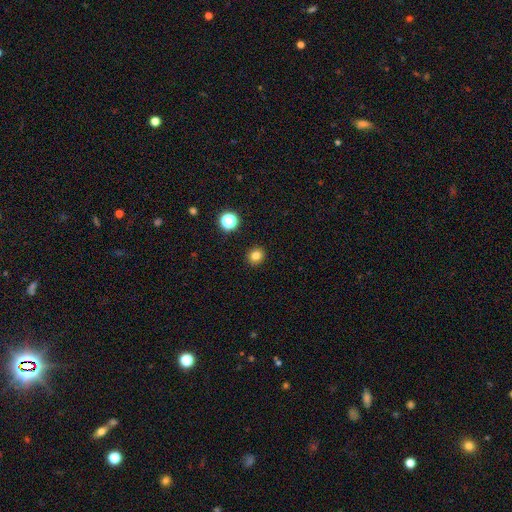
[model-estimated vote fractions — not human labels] This is clearly a smooth galaxy (81%). How rounded: clearly round (81%). Merging: clearly none (91%).